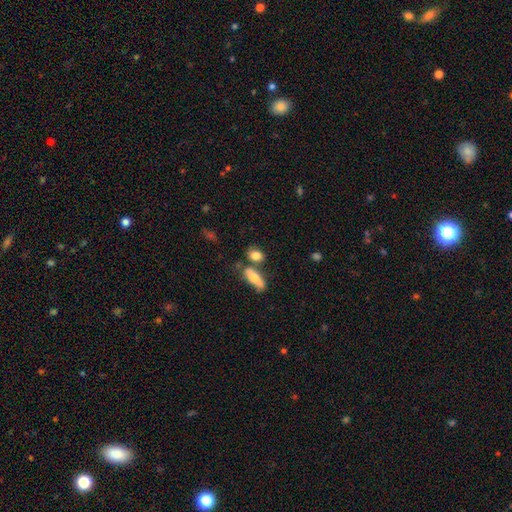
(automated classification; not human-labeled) smooth_or_featured: smooth (p=0.79) [alt: featured or disk p=0.13]
how_rounded: in between (p=0.64) [alt: round p=0.24]
merging: none (p=0.55) [alt: merger p=0.24]